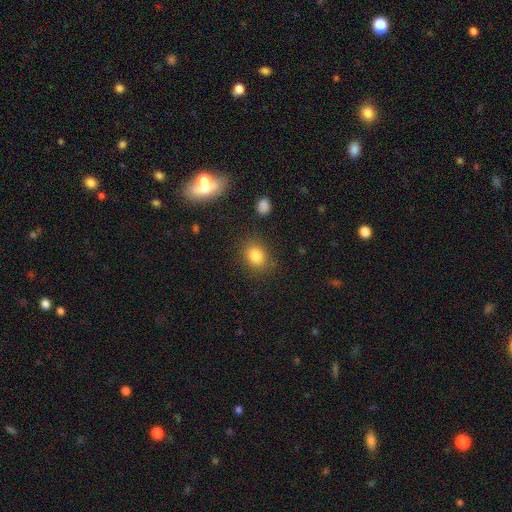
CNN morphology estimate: Q: Smooth or featured?
A: smooth (83%); runner-up: star or artifact (11%)
Q: How rounded?
A: round (52%); runner-up: in between (47%)
Q: Merging?
A: none (83%); runner-up: minor disturbance (11%)